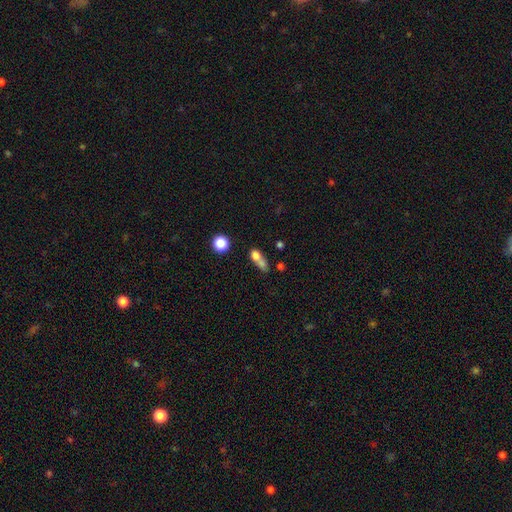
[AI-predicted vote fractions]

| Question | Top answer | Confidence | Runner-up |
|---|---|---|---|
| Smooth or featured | smooth | 69% | featured or disk (17%) |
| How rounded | round | 49% | in between (39%) |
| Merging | merger | 50% | none (29%) |